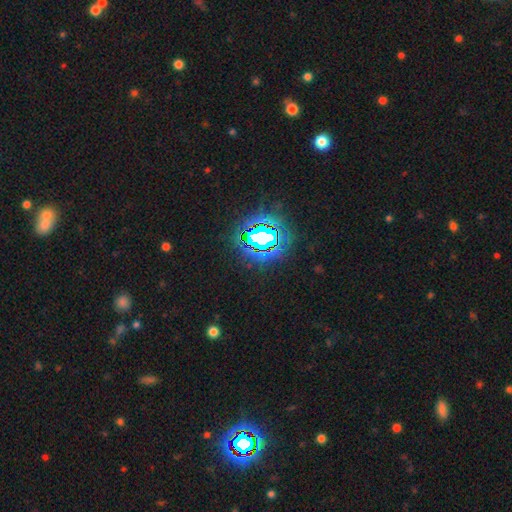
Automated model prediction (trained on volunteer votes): smooth-or-featured: star or artifact: 82% | smooth: 11% | featured or disk: 7%